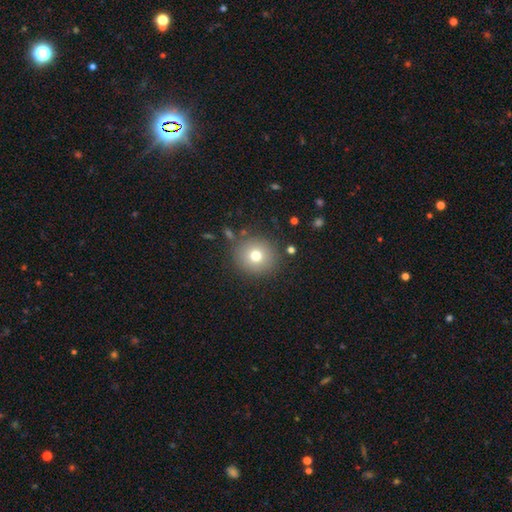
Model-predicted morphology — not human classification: smooth_or_featured: smooth (p=0.74) [alt: star or artifact p=0.13]
how_rounded: round (p=0.92) [alt: in between p=0.07]
merging: none (p=0.86) [alt: minor disturbance p=0.08]